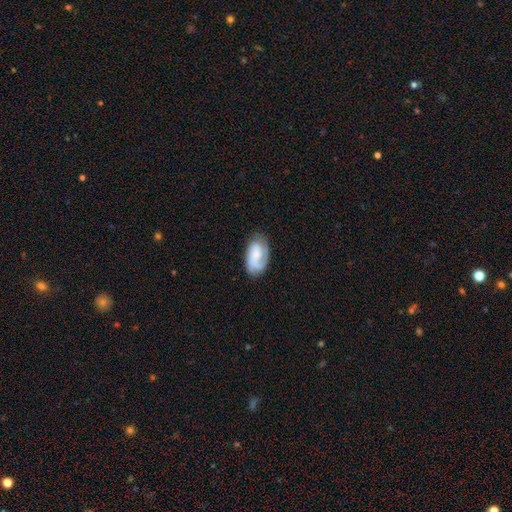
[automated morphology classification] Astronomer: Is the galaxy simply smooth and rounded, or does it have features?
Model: featured or disk — 49% (runner-up: smooth, 45%).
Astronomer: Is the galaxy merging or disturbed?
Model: none — 66%.